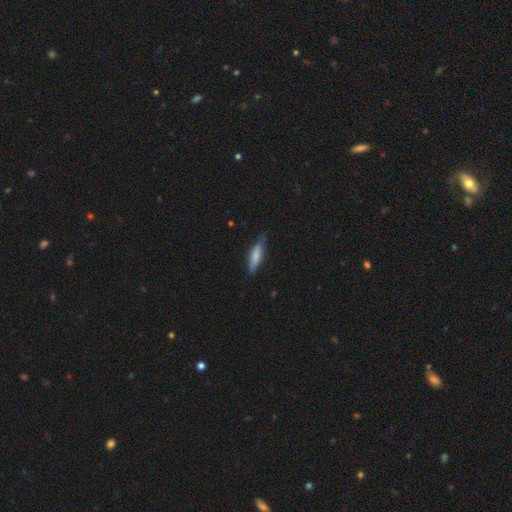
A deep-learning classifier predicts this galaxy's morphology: Smooth or featured: smooth — 70% (featured or disk — 24%)
How rounded: cigar-shaped — 72% (in between — 27%)
Merging: none — 75% (minor disturbance — 20%)